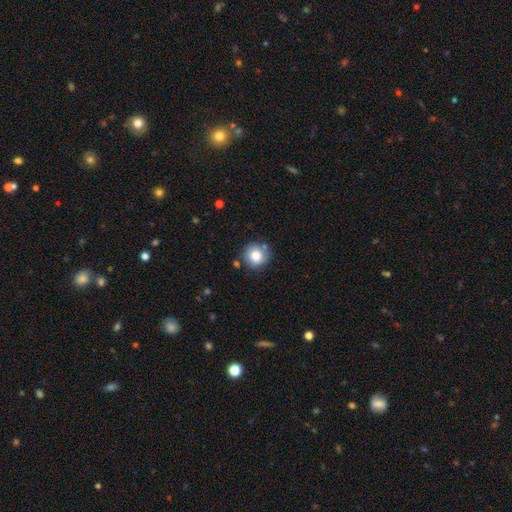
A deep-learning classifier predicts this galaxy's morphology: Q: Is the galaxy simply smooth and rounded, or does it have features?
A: smooth — 80%.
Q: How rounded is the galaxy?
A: round — 90%.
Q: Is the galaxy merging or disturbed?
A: none — 78%.